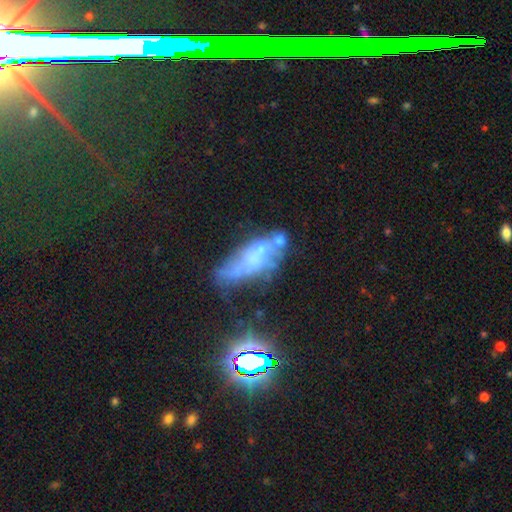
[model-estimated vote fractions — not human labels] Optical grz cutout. It shows a featured or disk galaxy (52%). Merging: none (29%).